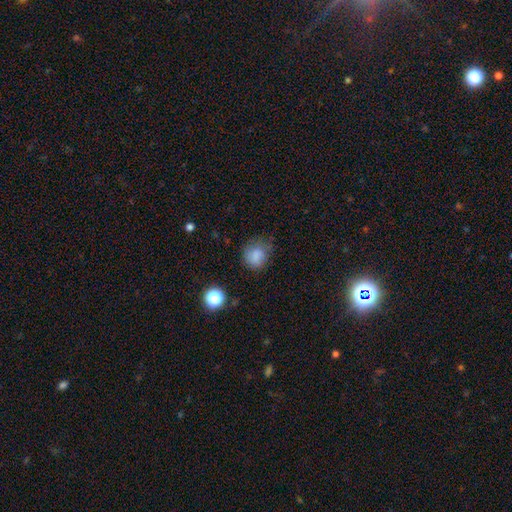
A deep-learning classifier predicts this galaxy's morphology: Smooth or featured? Predicted: smooth (p=0.81). How rounded? Predicted: round (p=0.74). Merging? Predicted: none (p=0.65).